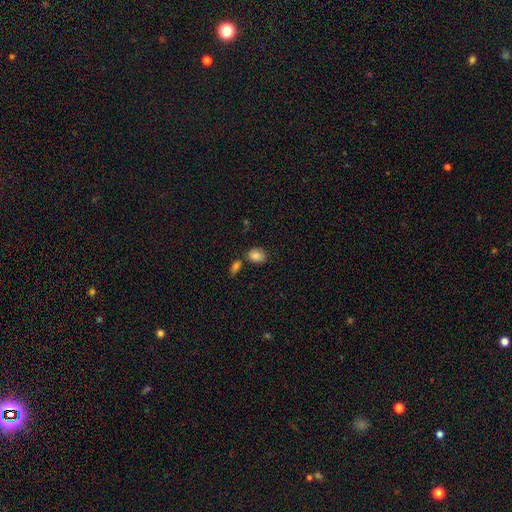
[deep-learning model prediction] smooth_or_featured: smooth (p=0.84) [alt: star or artifact p=0.09]
how_rounded: in between (p=0.76) [alt: round p=0.22]
merging: none (p=0.63) [alt: merger p=0.18]